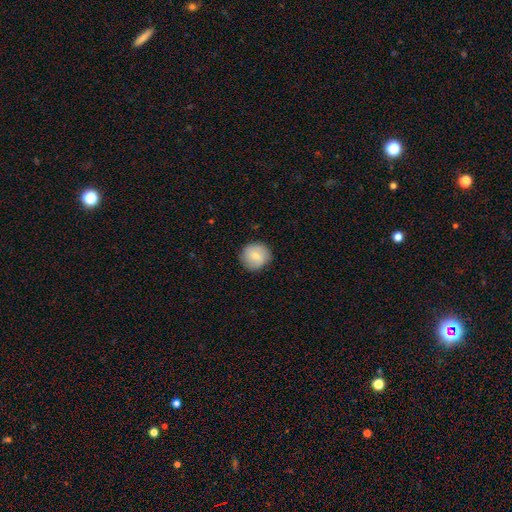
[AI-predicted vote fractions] Smooth or featured?
  - smooth: 75% *
  - featured or disk: 18%
  - star or artifact: 6%
How rounded?
  - round: 92% *
  - in between: 7%
  - cigar-shaped: 1%
Merging?
  - none: 87% *
  - minor disturbance: 10%
  - major disturbance: 2%
  - merger: 1%